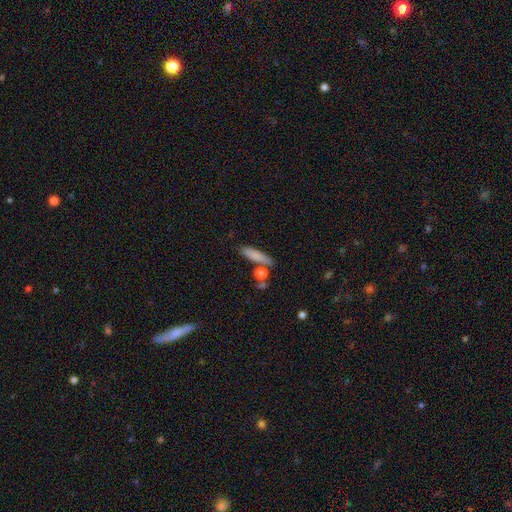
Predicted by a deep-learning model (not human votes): Smooth or featured? smooth (79%)
How rounded? cigar-shaped (66%)
Merging? none (71%)